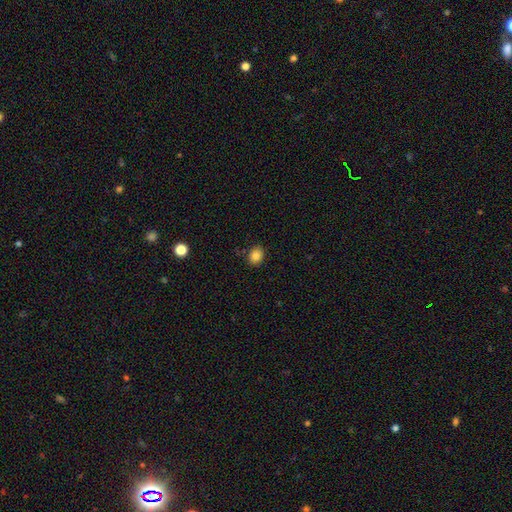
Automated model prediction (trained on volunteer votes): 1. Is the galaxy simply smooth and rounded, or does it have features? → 85% smooth, 10% star or artifact, 5% featured or disk.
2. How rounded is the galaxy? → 58% round, 41% in between, 1% cigar-shaped.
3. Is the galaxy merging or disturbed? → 86% none, 10% minor disturbance, 2% major disturbance, 2% merger.